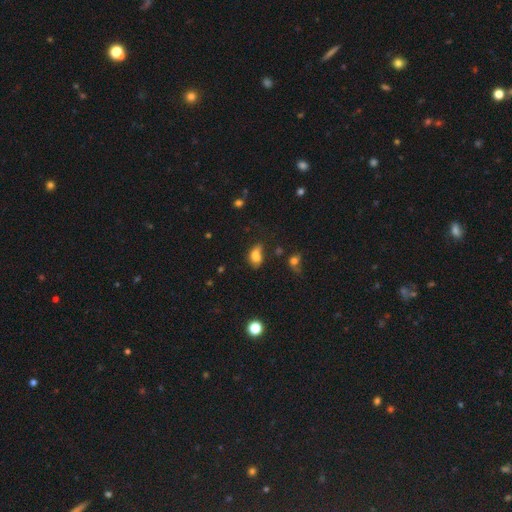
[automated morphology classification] Smooth or featured?
  - smooth: 73% *
  - featured or disk: 13%
  - star or artifact: 13%
How rounded?
  - in between: 81% *
  - round: 16%
  - cigar-shaped: 3%
Merging?
  - none: 40% *
  - minor disturbance: 32%
  - major disturbance: 18%
  - merger: 10%